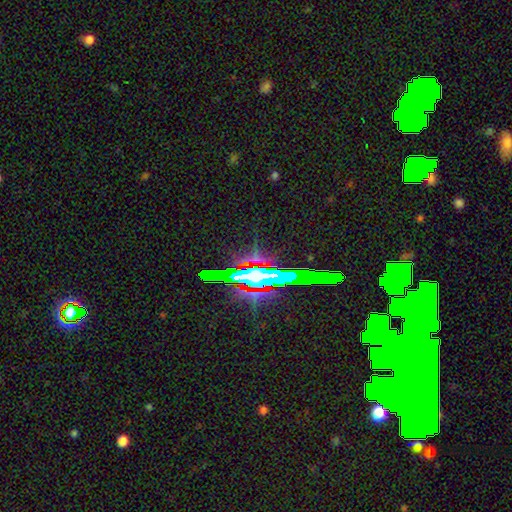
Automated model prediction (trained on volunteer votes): The model was most divided on "smooth or featured": star or artifact: 63%, featured or disk: 24%, smooth: 13%.